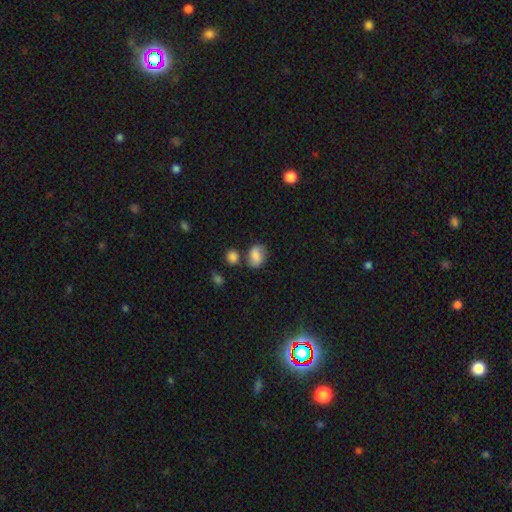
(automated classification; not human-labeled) Smooth or featured? Predicted: smooth (p=0.76). How rounded? Predicted: in between (p=0.65). Merging? Predicted: none (p=0.59).